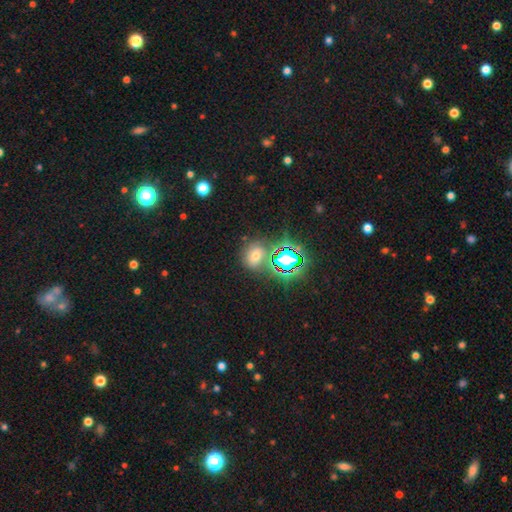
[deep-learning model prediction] smooth_or_featured: smooth (p=0.48) [alt: star or artifact p=0.41]
merging: none (p=0.69) [alt: minor disturbance p=0.13]